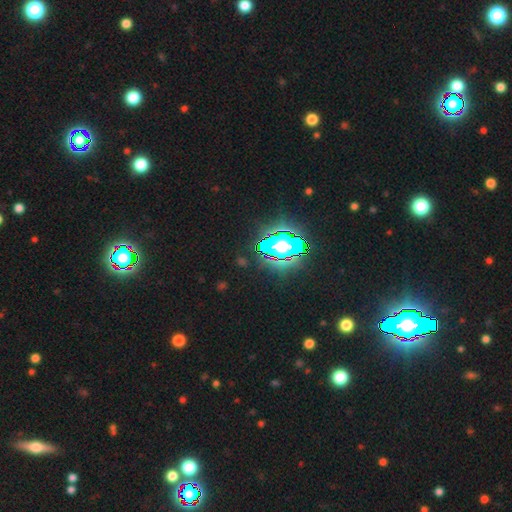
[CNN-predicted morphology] smooth-or-featured: star or artifact: 82% | smooth: 10% | featured or disk: 7%